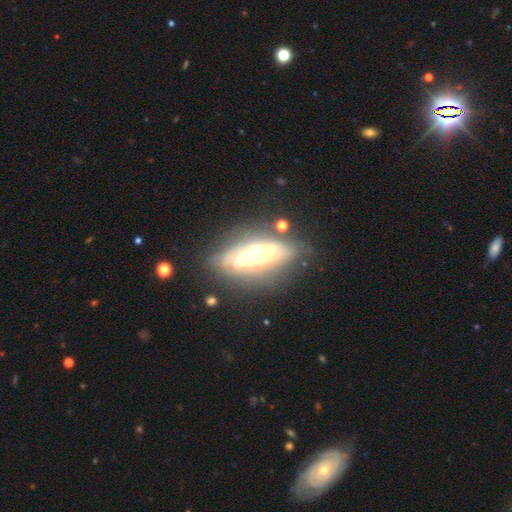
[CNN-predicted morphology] Q: Smooth or featured?
A: featured or disk (74%); runner-up: smooth (19%)
Q: Edge-on disk?
A: no (82%); runner-up: yes (18%)
Q: Bar?
A: no (67%); runner-up: weak (21%)
Q: Spiral arms?
A: yes (77%); runner-up: no (23%)
Q: Bulge size?
A: moderate (53%); runner-up: large (29%)
Q: Merging?
A: none (66%); runner-up: minor disturbance (20%)